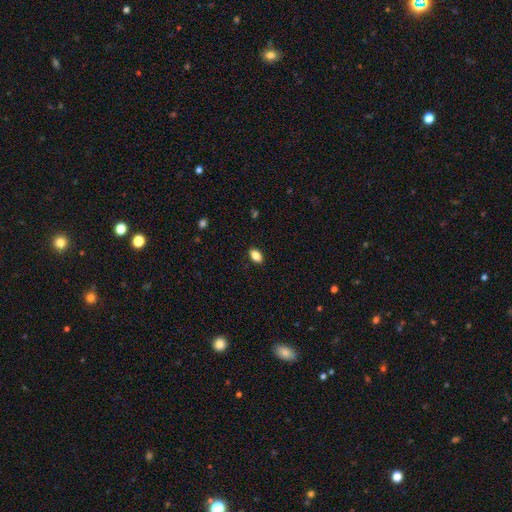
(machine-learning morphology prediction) A smooth galaxy with no disk features (85%) that is in between round and cigar-shaped (90%).

Vote fractions:
- Smooth or featured? smooth: 85% / star or artifact: 9% / featured or disk: 6%
- How rounded? in between: 90% / round: 7% / cigar-shaped: 3%
- Merging? none: 89% / minor disturbance: 8% / major disturbance: 2% / merger: 1%